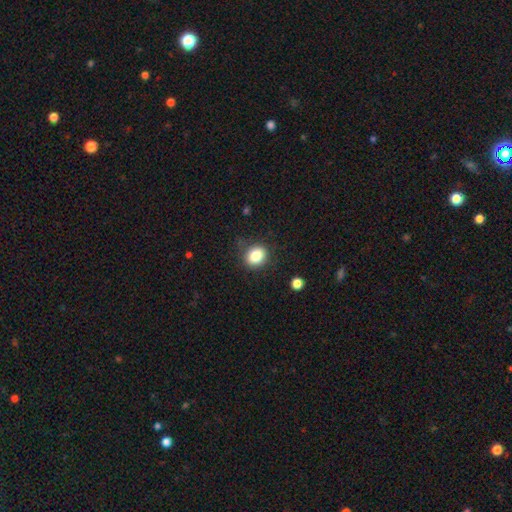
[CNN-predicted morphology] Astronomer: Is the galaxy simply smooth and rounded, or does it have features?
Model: smooth — 84%.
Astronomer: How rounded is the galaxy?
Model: round — 61% (runner-up: in between, 38%).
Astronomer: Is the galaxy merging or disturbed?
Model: none — 80%.